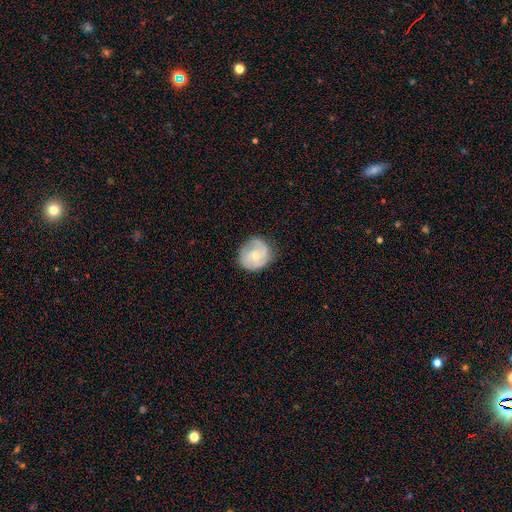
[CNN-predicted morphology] The model was most divided on "smooth or featured": featured or disk: 53%, smooth: 41%, star or artifact: 6%. More confident: edge-on disk — no (98%); spiral arms — yes (80%); merging — none (72%); bar — no (70%); bulge size — small (54%).